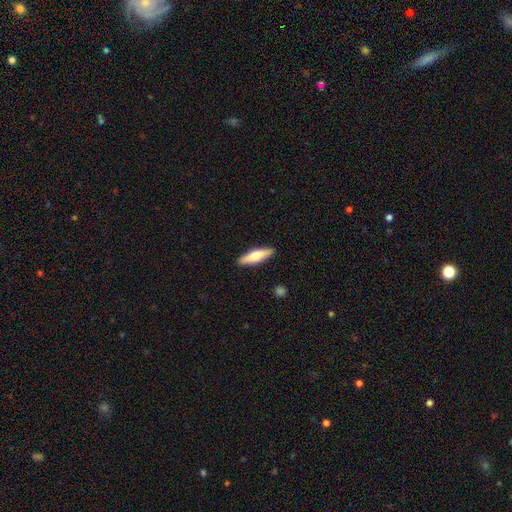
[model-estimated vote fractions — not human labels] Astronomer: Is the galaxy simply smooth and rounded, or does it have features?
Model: smooth — 54% (runner-up: featured or disk, 41%).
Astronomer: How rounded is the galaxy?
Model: cigar-shaped — 71%.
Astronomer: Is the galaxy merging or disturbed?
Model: none — 90%.